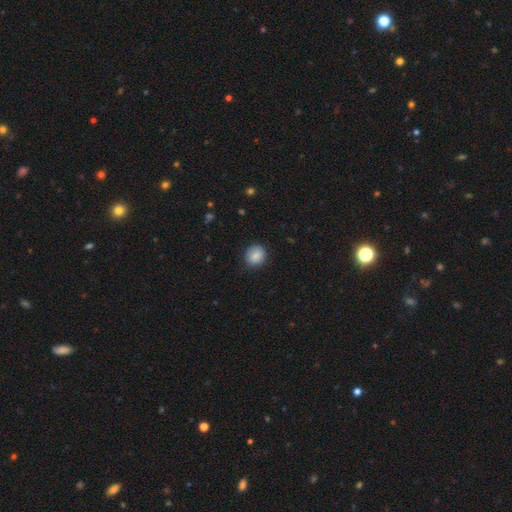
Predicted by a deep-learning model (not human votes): Smooth or featured?
  - smooth: 86% *
  - star or artifact: 8%
  - featured or disk: 6%
How rounded?
  - round: 70% *
  - in between: 29%
  - cigar-shaped: 1%
Merging?
  - none: 82% *
  - minor disturbance: 14%
  - major disturbance: 3%
  - merger: 1%